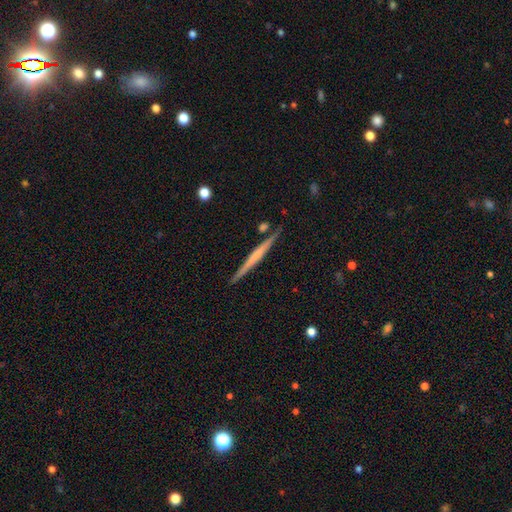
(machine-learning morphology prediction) smooth_or_featured: featured or disk (p=0.58) [alt: smooth p=0.36]
disk_edge_on: yes (p=0.98) [alt: no p=0.02]
edge_on_bulge: none (p=0.70) [alt: rounded p=0.18]
merging: none (p=0.88) [alt: minor disturbance p=0.08]